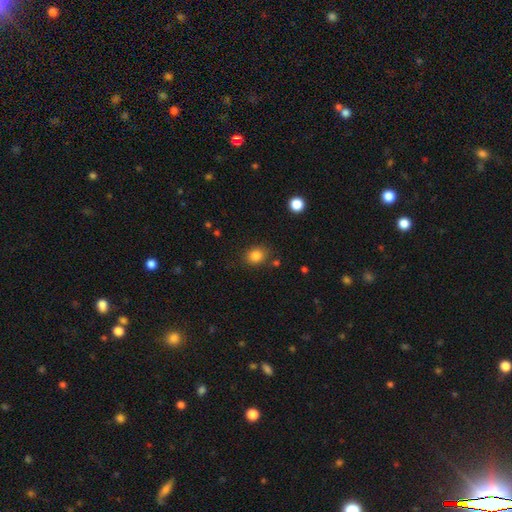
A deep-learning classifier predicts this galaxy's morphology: Smooth or featured: smooth — 84% (star or artifact — 11%)
How rounded: round — 59% (in between — 40%)
Merging: none — 82% (minor disturbance — 11%)